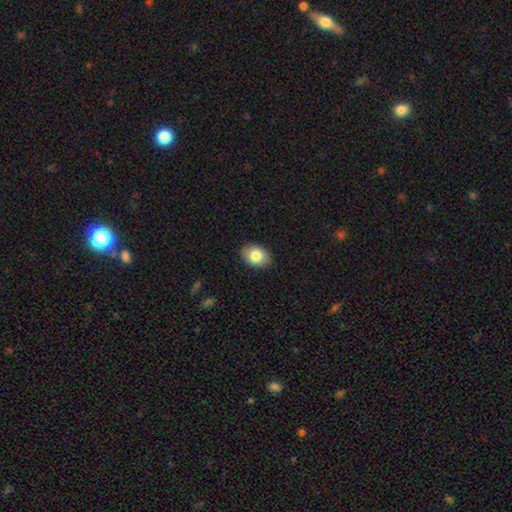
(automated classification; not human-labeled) A smooth galaxy with no disk features (82%) that is in between round and cigar-shaped (74%).

Vote fractions:
- Smooth or featured? smooth: 82% / featured or disk: 10% / star or artifact: 8%
- How rounded? in between: 74% / round: 25% / cigar-shaped: 1%
- Merging? none: 88% / minor disturbance: 9% / major disturbance: 2% / merger: 1%